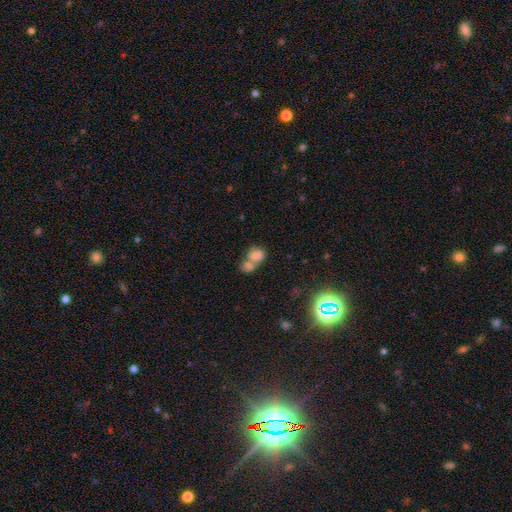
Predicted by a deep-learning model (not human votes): A smooth galaxy with no disk features (72%) that is in between round and cigar-shaped (58%). Merging: merger (65%).